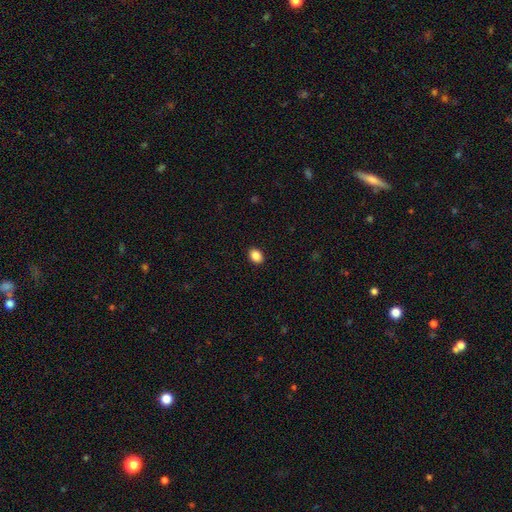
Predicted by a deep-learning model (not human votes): A smooth galaxy with no disk features (88%) that is in between round and cigar-shaped (62%). Merging: none (91%).